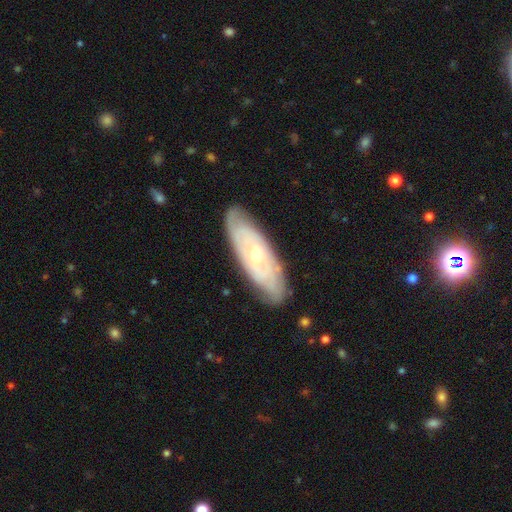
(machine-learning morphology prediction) smooth_or_featured: featured or disk (p=0.74) [alt: smooth p=0.20]
disk_edge_on: no (p=0.83) [alt: yes p=0.17]
bar: no (p=0.64) [alt: weak p=0.29]
has_spiral_arms: yes (p=0.86) [alt: no p=0.14]
spiral_winding: tight (p=0.71) [alt: medium p=0.22]
spiral_arm_count: can't tell (p=0.58) [alt: 2 p=0.21]
bulge_size: small (p=0.57) [alt: moderate p=0.40]
merging: none (p=0.81) [alt: minor disturbance p=0.15]